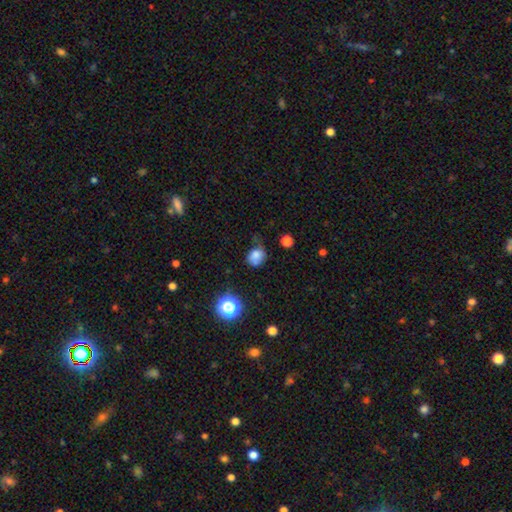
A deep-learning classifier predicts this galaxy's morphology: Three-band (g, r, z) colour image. It shows a smooth galaxy with no disk features (76%) that is round (56%). Merging: none (42%).